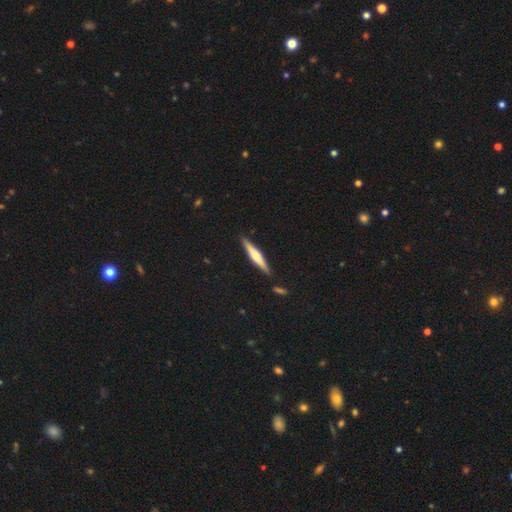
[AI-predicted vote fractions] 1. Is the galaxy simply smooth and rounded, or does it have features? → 62% featured or disk, 32% smooth, 6% star or artifact.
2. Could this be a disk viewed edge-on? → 97% yes, 3% no.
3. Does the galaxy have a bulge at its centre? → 84% rounded, 9% boxy, 7% none.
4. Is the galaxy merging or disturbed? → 88% none, 8% minor disturbance, 2% merger, 2% major disturbance.